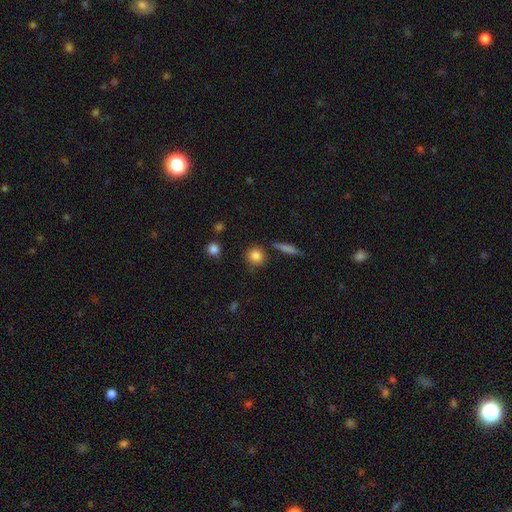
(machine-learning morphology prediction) smooth 84%, star or artifact 9%, featured or disk 6%. Down the decision tree: how rounded — round (88%); merging — none (82%).